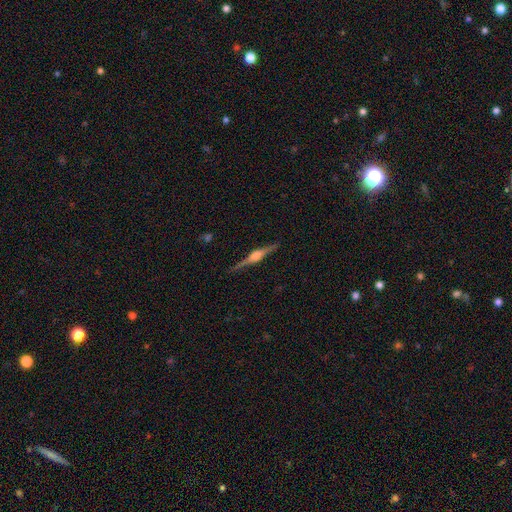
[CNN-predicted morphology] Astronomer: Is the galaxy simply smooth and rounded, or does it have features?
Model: featured or disk — 83%.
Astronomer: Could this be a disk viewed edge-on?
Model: yes — 98%.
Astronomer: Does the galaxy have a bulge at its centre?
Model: rounded — 75%.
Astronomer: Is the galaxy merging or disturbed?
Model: none — 89%.